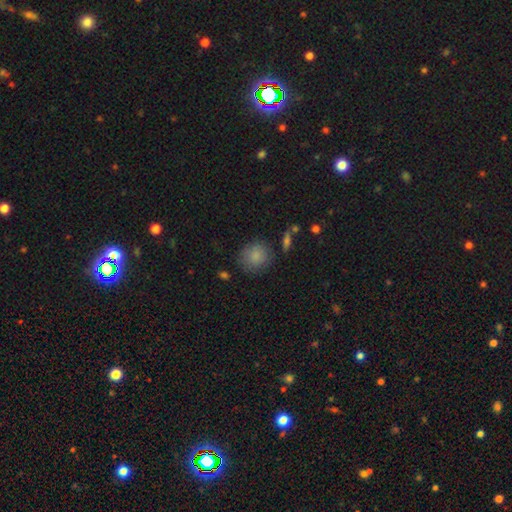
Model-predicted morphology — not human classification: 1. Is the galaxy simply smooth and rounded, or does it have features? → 85% smooth, 8% featured or disk, 8% star or artifact.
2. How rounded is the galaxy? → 88% round, 11% in between, 1% cigar-shaped.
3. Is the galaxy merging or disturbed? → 76% none, 16% minor disturbance, 5% major disturbance, 3% merger.